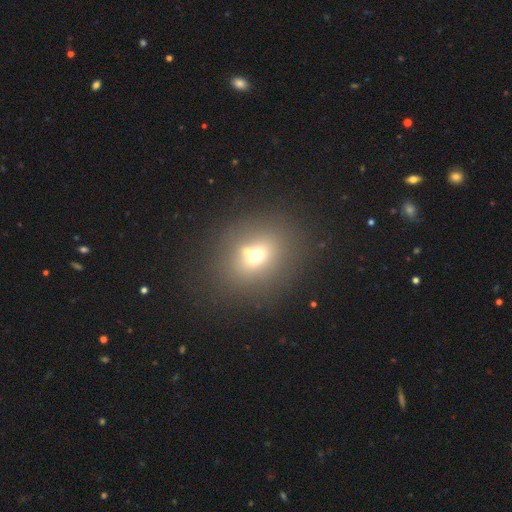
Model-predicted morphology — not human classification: smooth_or_featured: smooth (p=0.62) [alt: star or artifact p=0.20]
how_rounded: round (p=0.65) [alt: in between p=0.34]
merging: none (p=0.66) [alt: merger p=0.18]